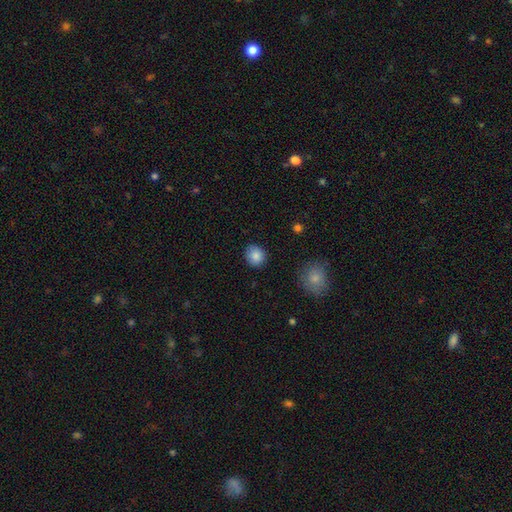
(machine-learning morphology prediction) smooth 87%, star or artifact 9%, featured or disk 5%. Down the decision tree: how rounded — round (81%); merging — none (87%).